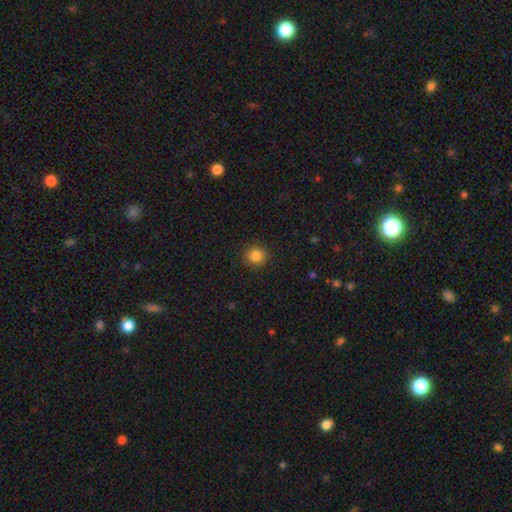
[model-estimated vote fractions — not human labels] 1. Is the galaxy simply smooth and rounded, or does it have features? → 86% smooth, 10% star or artifact, 4% featured or disk.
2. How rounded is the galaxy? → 86% round, 13% in between, 1% cigar-shaped.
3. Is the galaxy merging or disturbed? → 91% none, 6% minor disturbance, 2% major disturbance, 1% merger.